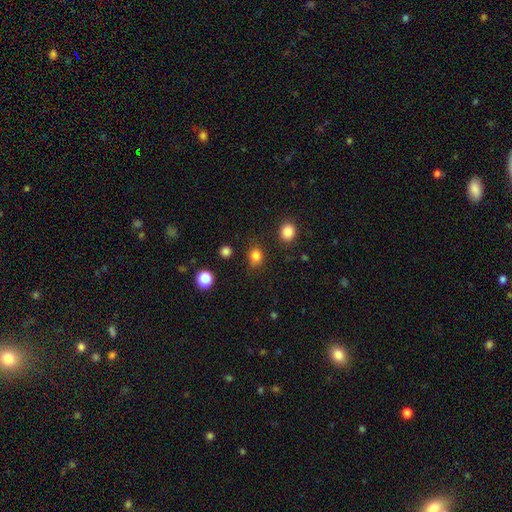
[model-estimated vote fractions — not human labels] A smooth galaxy with no disk features (82%) that is round (68%).

Vote fractions:
- Smooth or featured? smooth: 82% / star or artifact: 13% / featured or disk: 5%
- How rounded? round: 68% / in between: 31% / cigar-shaped: 1%
- Merging? none: 80% / minor disturbance: 13% / major disturbance: 4% / merger: 3%